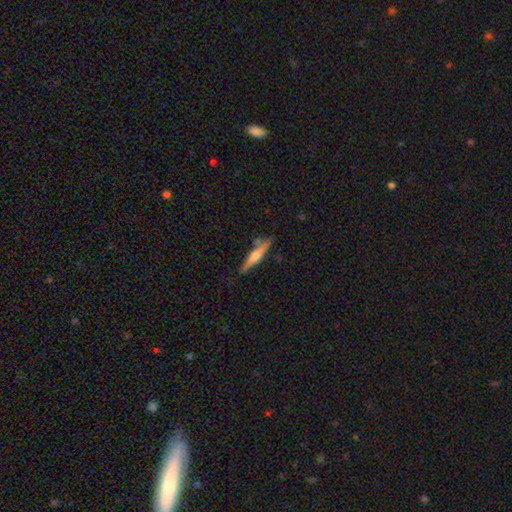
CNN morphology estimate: featured or disk 57%, smooth 38%, star or artifact 6%. Down the decision tree: edge-on disk — yes (96%); edge-on bulge — rounded (87%); merging — none (79%).